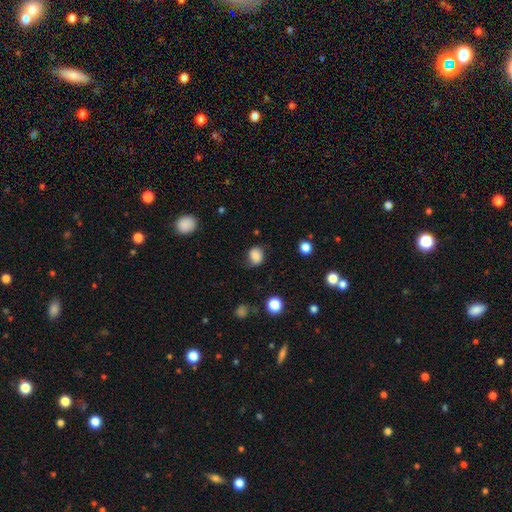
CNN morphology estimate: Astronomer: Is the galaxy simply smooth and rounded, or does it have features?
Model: smooth — 81%.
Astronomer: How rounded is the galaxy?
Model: round — 59% (runner-up: in between, 40%).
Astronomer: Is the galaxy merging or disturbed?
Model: none — 62%.